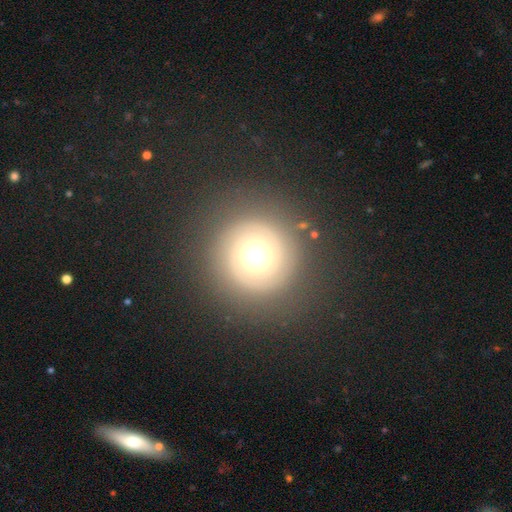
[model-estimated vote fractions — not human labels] Smooth or featured? Predicted: featured or disk (p=0.54). Edge-on disk? Predicted: no (p=0.97). Bar? Predicted: no (p=0.83). Spiral arms? Predicted: yes (p=0.63). Bulge size? Predicted: moderate (p=0.53). Merging? Predicted: none (p=0.87).